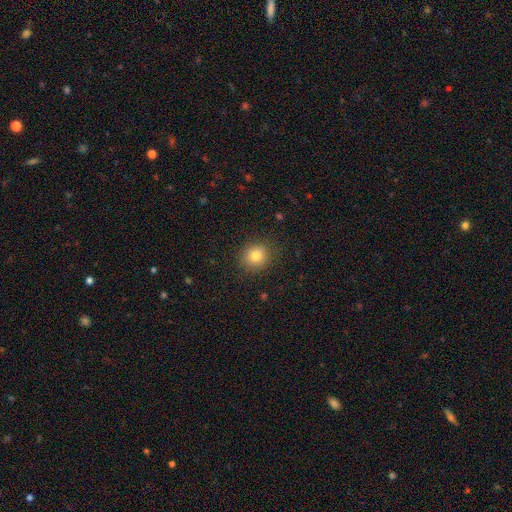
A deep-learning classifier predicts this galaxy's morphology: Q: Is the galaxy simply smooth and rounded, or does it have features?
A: smooth — 81%.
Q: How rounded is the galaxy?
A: round — 83%.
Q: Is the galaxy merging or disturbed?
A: none — 88%.